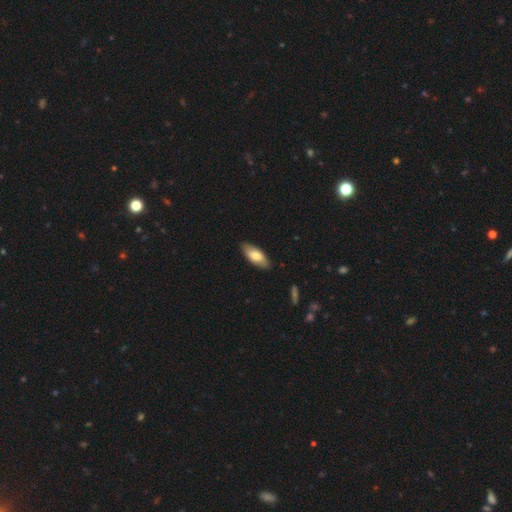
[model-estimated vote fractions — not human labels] smooth 74%, featured or disk 20%, star or artifact 6%. Down the decision tree: how rounded — in between (82%); merging — none (85%).